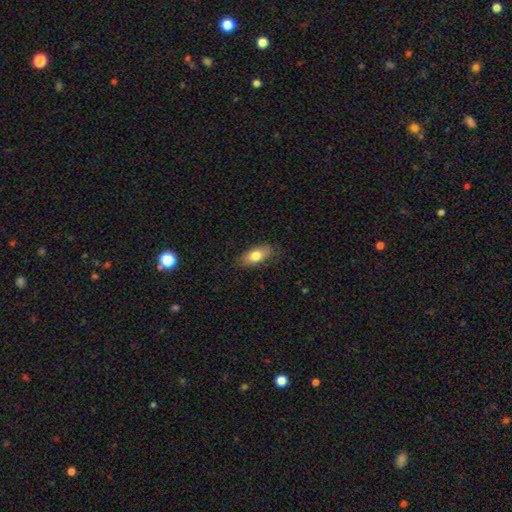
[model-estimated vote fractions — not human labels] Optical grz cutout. It shows a smooth galaxy with no disk features (76%) that is in between round and cigar-shaped (82%). Merging: none (82%).